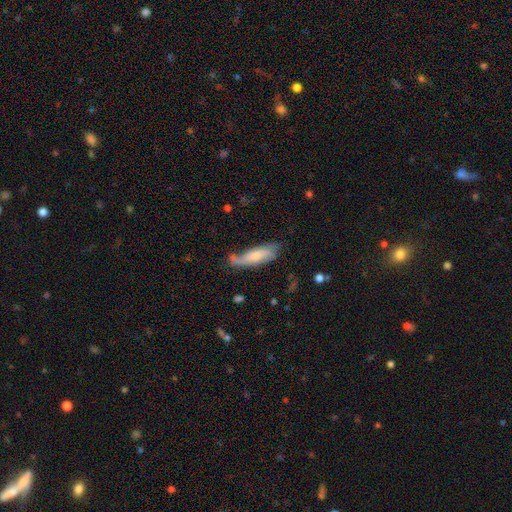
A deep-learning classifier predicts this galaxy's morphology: A smooth galaxy with no disk features (48%).

Vote fractions:
- Smooth or featured? smooth: 48% / featured or disk: 46% / star or artifact: 6%
- Merging? none: 48% / minor disturbance: 32% / major disturbance: 15% / merger: 6%